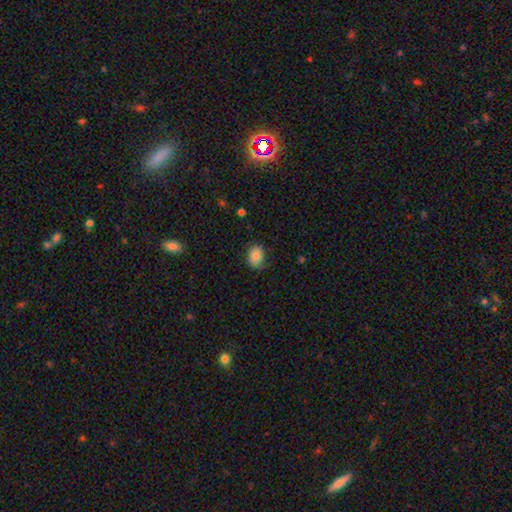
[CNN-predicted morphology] Overall: smooth (81%). How rounded: in between (67%; round 32%). Merging: none (71%).